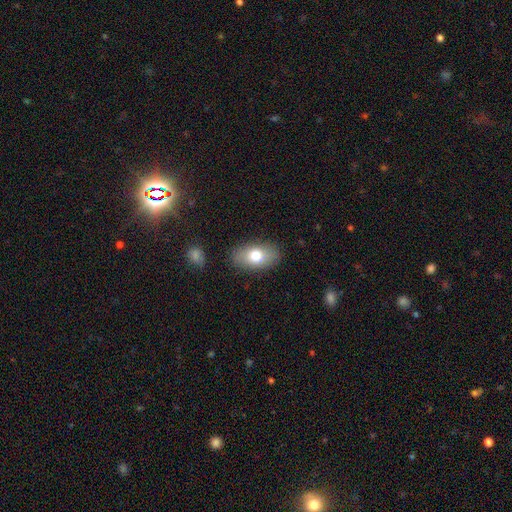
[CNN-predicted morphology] This appears to be a smooth galaxy with no disk features (74%) that is in between round and cigar-shaped (90%). Merging: none (85%).